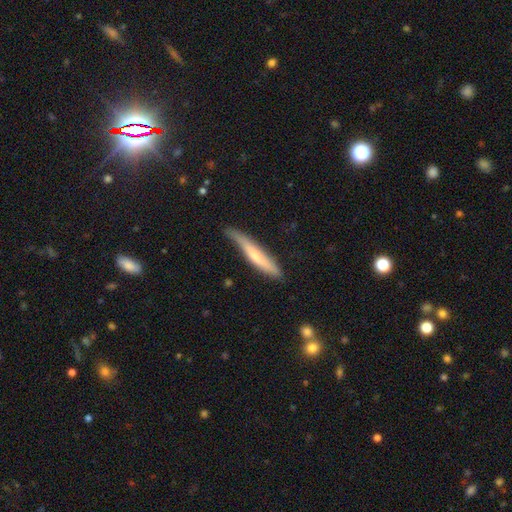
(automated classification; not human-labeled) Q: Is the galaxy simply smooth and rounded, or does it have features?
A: smooth — 53%.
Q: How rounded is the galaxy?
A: cigar-shaped — 93%.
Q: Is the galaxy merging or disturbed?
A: none — 61%.